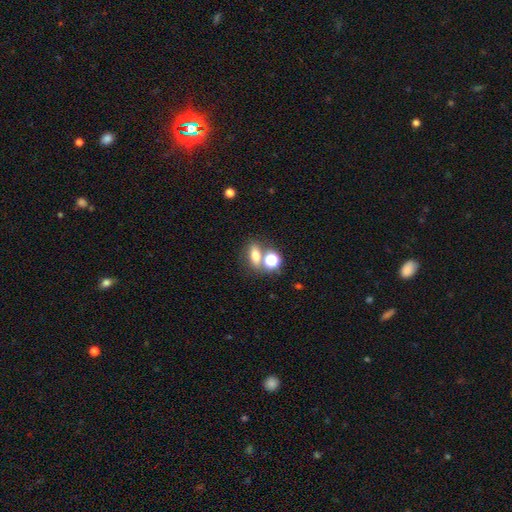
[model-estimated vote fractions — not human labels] Morphology: type=smooth (67%); roundness=in between (63%); merging=none (56%).